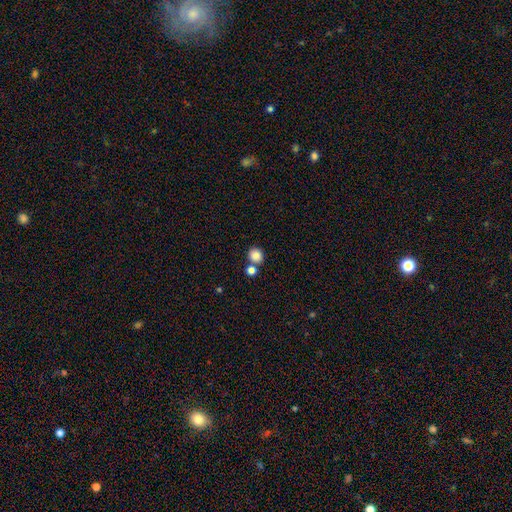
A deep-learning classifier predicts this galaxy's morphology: smooth 85%, star or artifact 10%, featured or disk 5%. Down the decision tree: how rounded — round (82%); merging — none (67%).